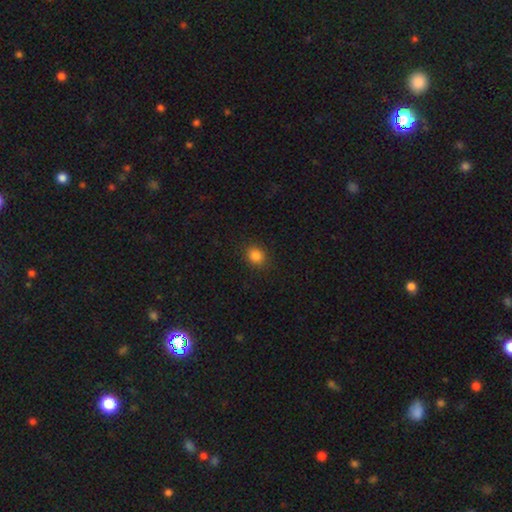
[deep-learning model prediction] The model was most divided on "how rounded": round: 74%, in between: 25%, cigar-shaped: 1%. More confident: merging — none (88%); smooth or featured — smooth (84%).